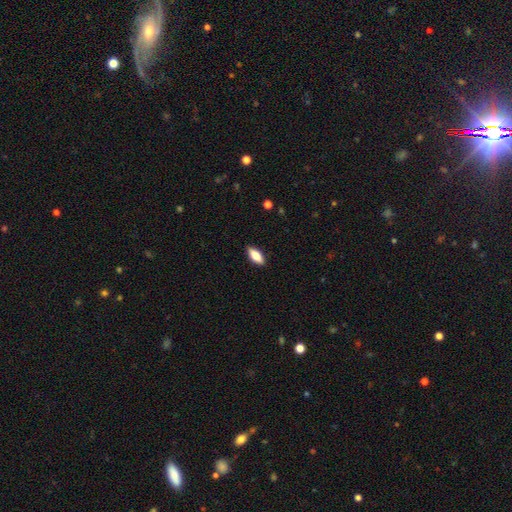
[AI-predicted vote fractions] smooth_or_featured: smooth (p=0.76) [alt: featured or disk p=0.18]
how_rounded: in between (p=0.79) [alt: cigar-shaped p=0.19]
merging: none (p=0.89) [alt: minor disturbance p=0.08]